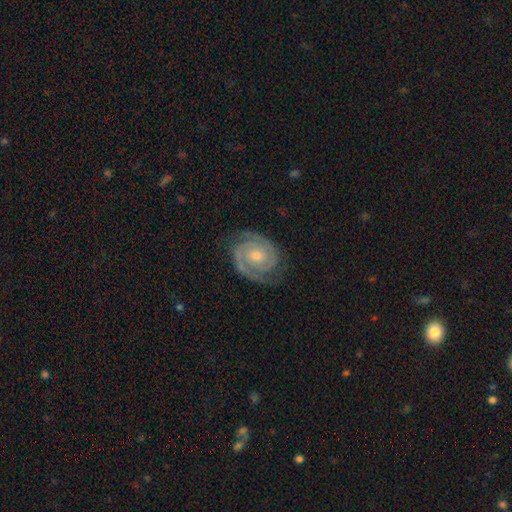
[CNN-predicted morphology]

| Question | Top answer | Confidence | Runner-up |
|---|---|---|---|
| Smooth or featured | featured or disk | 91% | smooth (5%) |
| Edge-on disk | no | 98% | yes (2%) |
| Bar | no | 68% | weak (26%) |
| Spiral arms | yes | 98% | no (2%) |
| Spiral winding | tight | 71% | medium (26%) |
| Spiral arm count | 2 | 89% | 3 (4%) |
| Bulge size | moderate | 49% | small (44%) |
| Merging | none | 81% | minor disturbance (14%) |